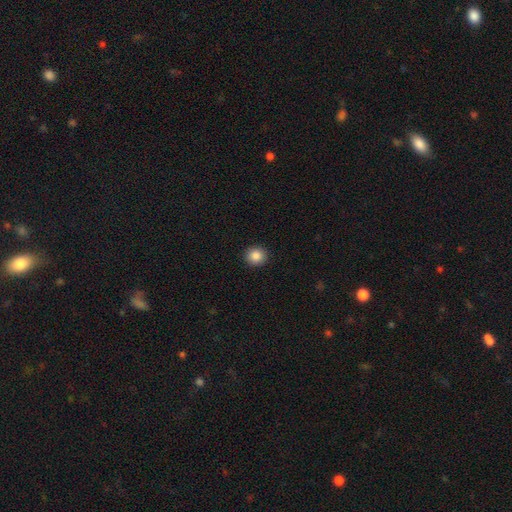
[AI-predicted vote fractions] This appears to be a smooth galaxy with no disk features (87%) that is round (91%). Merging: none (93%).